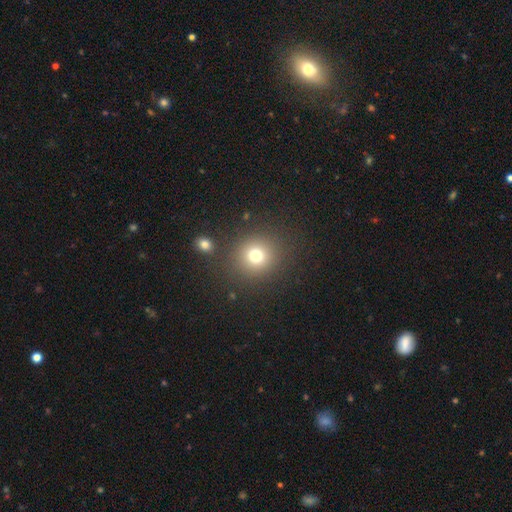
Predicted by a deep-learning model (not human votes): smooth 75%, star or artifact 16%, featured or disk 9%. Down the decision tree: how rounded — round (89%); merging — none (85%).